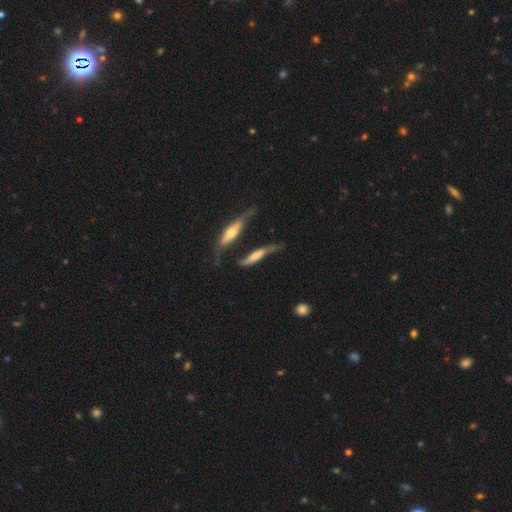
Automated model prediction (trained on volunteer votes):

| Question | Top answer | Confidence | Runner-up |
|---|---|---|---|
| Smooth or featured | featured or disk | 54% | smooth (38%) |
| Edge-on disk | yes | 58% | no (42%) |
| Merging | none | 36% | merger (24%) |